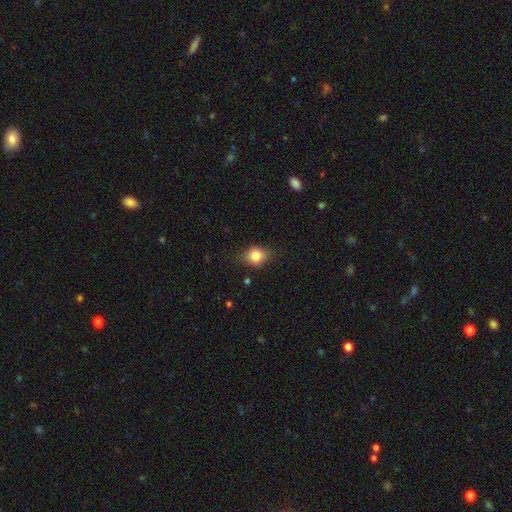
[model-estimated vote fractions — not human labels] Smooth or featured? smooth (79%)
How rounded? round (52%)
Merging? none (73%)